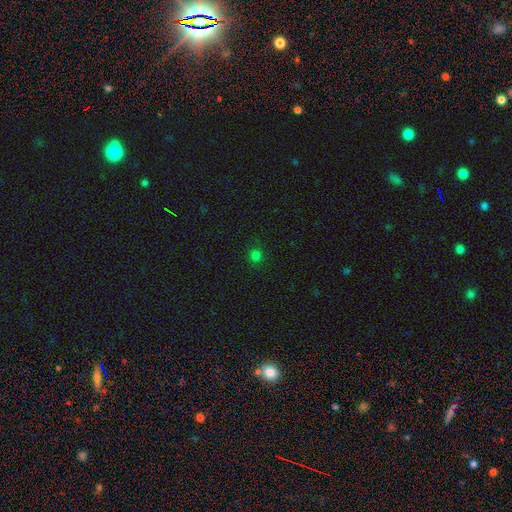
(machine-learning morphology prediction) smooth_or_featured: smooth (p=0.76) [alt: star or artifact p=0.21]
how_rounded: round (p=0.89) [alt: in between p=0.10]
merging: none (p=0.88) [alt: minor disturbance p=0.08]